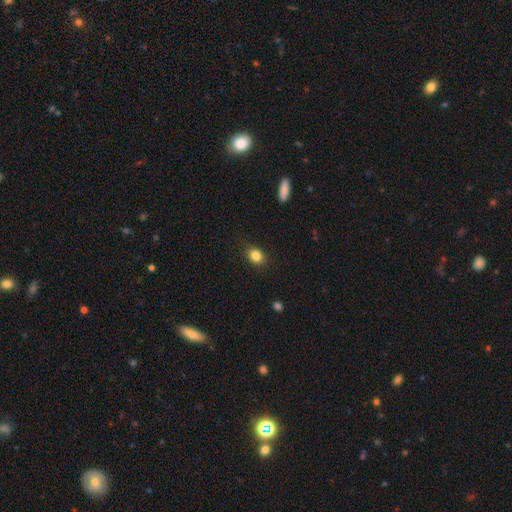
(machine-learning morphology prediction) A smooth galaxy with no disk features (84%) that is round (50%).

Vote fractions:
- Smooth or featured? smooth: 84% / star or artifact: 10% / featured or disk: 6%
- How rounded? round: 50% / in between: 49% / cigar-shaped: 1%
- Merging? none: 85% / minor disturbance: 11% / major disturbance: 2% / merger: 1%